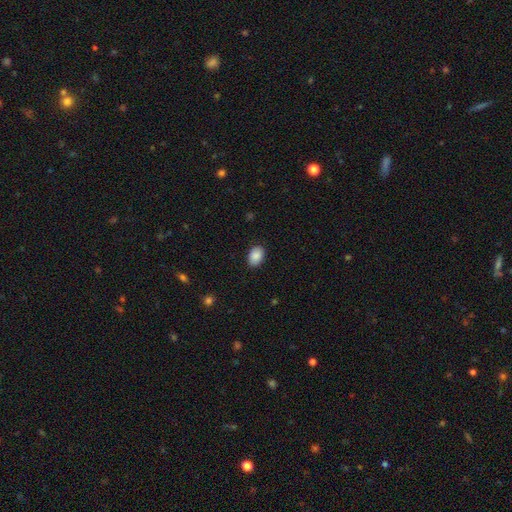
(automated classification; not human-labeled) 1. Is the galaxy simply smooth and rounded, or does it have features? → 89% smooth, 7% star or artifact, 4% featured or disk.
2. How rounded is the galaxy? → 85% in between, 14% round, 1% cigar-shaped.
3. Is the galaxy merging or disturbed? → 87% none, 10% minor disturbance, 2% major disturbance, 1% merger.